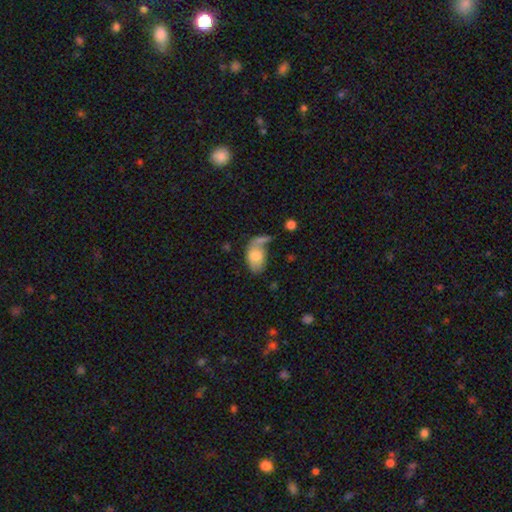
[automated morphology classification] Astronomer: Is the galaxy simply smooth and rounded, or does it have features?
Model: smooth — 73%.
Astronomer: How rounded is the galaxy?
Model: in between — 89%.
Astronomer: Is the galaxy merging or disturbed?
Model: none — 36% (runner-up: merger, 26%).